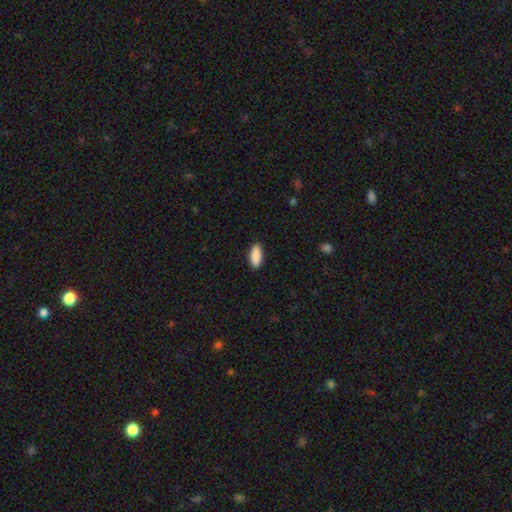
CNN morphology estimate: smooth_or_featured: smooth (p=0.90) [alt: star or artifact p=0.06]
how_rounded: in between (p=0.79) [alt: cigar-shaped p=0.19]
merging: none (p=0.90) [alt: minor disturbance p=0.08]